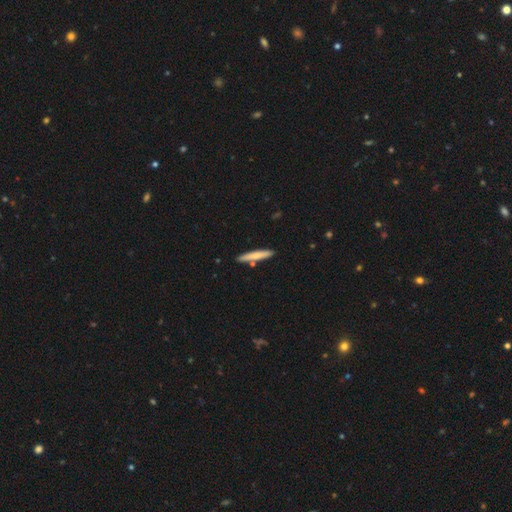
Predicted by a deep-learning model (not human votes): This appears to be a smooth galaxy with no disk features (68%) that is cigar-shaped (92%). Merging: none (84%).